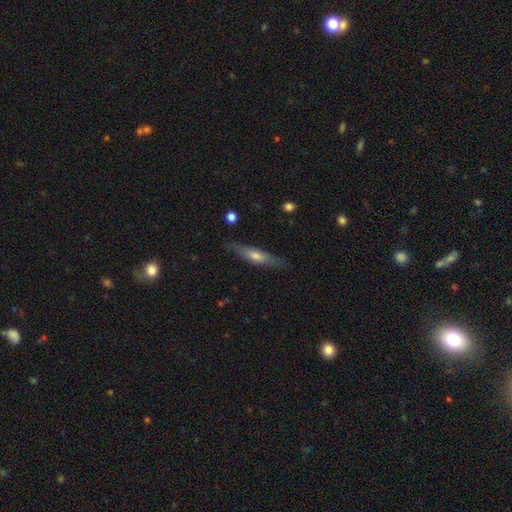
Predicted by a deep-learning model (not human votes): The model was most divided on "smooth or featured": featured or disk: 51%, smooth: 42%, star or artifact: 6%. More confident: edge-on disk — yes (88%); merging — none (83%).